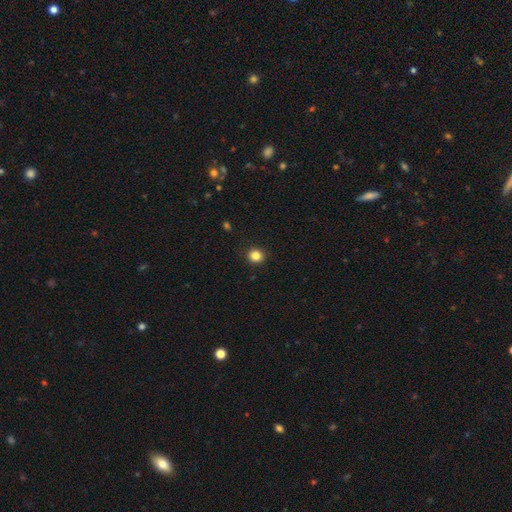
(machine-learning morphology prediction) smooth_or_featured: smooth (p=0.84) [alt: star or artifact p=0.12]
how_rounded: round (p=0.88) [alt: in between p=0.11]
merging: none (p=0.91) [alt: minor disturbance p=0.06]